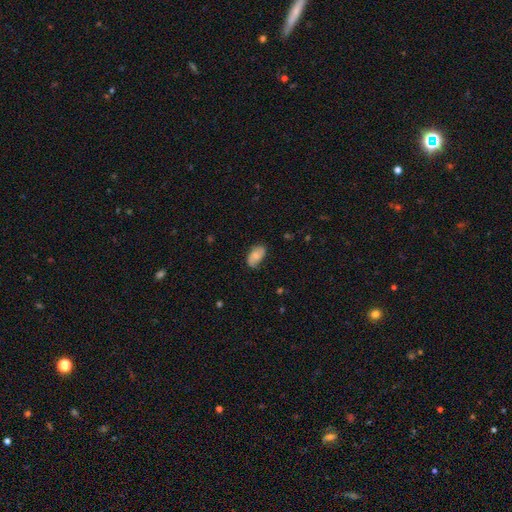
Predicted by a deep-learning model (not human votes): smooth 64%, featured or disk 28%, star or artifact 8%. Down the decision tree: how rounded — in between (92%); merging — none (68%).